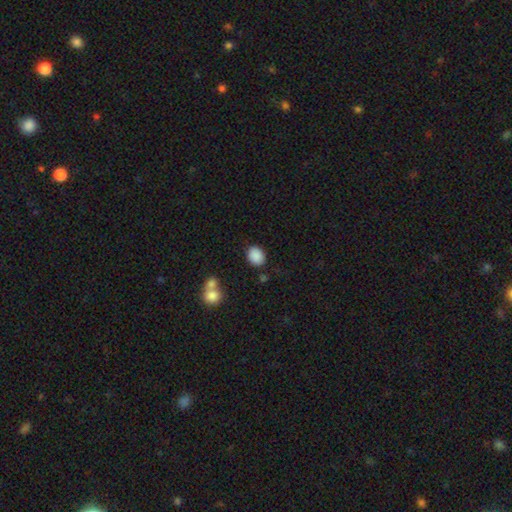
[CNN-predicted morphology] smooth_or_featured: smooth (p=0.88) [alt: star or artifact p=0.08]
how_rounded: in between (p=0.58) [alt: round p=0.41]
merging: none (p=0.81) [alt: minor disturbance p=0.11]